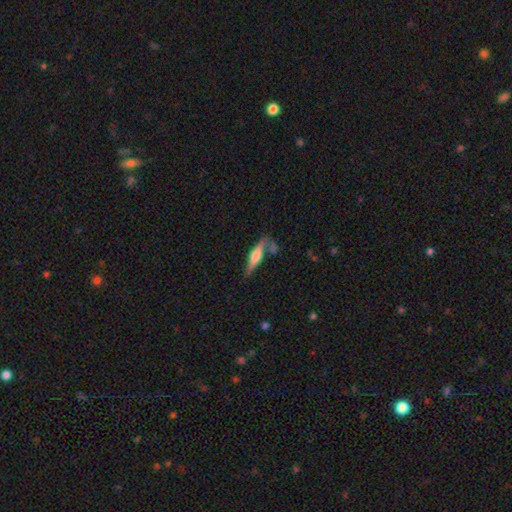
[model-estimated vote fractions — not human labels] Q: Smooth or featured?
A: featured or disk (50%); runner-up: smooth (43%)
Q: Edge-on disk?
A: yes (91%); runner-up: no (9%)
Q: Merging?
A: none (57%); runner-up: minor disturbance (20%)